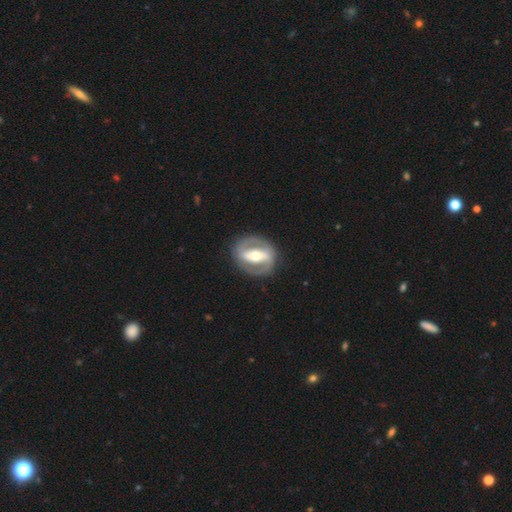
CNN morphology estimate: smooth_or_featured: featured or disk (p=0.82) [alt: smooth p=0.14]
disk_edge_on: no (p=0.95) [alt: yes p=0.05]
bar: strong (p=0.64) [alt: weak p=0.22]
has_spiral_arms: yes (p=0.76) [alt: no p=0.24]
spiral_winding: medium (p=0.44) [alt: tight p=0.38]
spiral_arm_count: 2 (p=0.88) [alt: can't tell p=0.06]
bulge_size: moderate (p=0.69) [alt: small p=0.20]
merging: none (p=0.85) [alt: minor disturbance p=0.09]